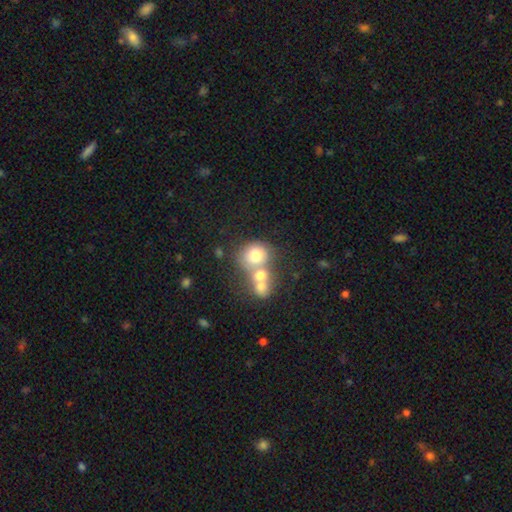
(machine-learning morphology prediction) This is likely a smooth galaxy (70%). How rounded: likely round (75%). Merging: possibly merger (57%).